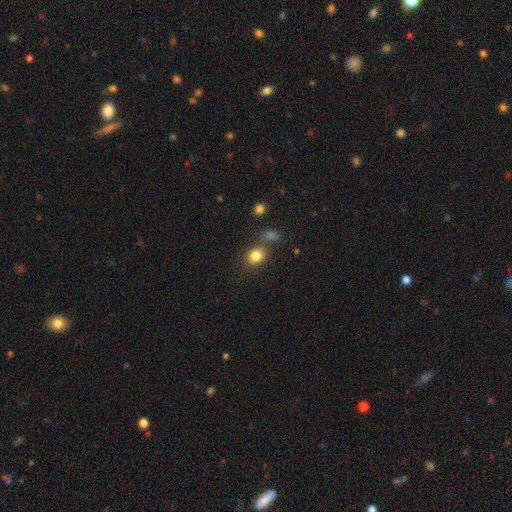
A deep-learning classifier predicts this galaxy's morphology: Overall: smooth (83%). How rounded: round (59%; in between 40%). Merging: none (68%).